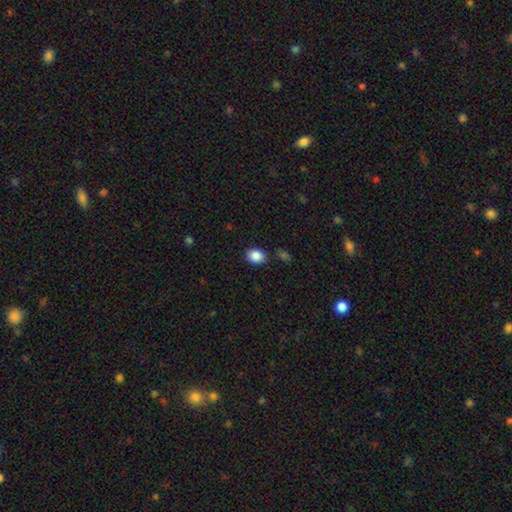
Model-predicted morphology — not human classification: Smooth or featured?
  - smooth: 87% *
  - star or artifact: 9%
  - featured or disk: 4%
How rounded?
  - in between: 61% *
  - round: 38%
  - cigar-shaped: 1%
Merging?
  - none: 84% *
  - minor disturbance: 10%
  - merger: 3%
  - major disturbance: 3%